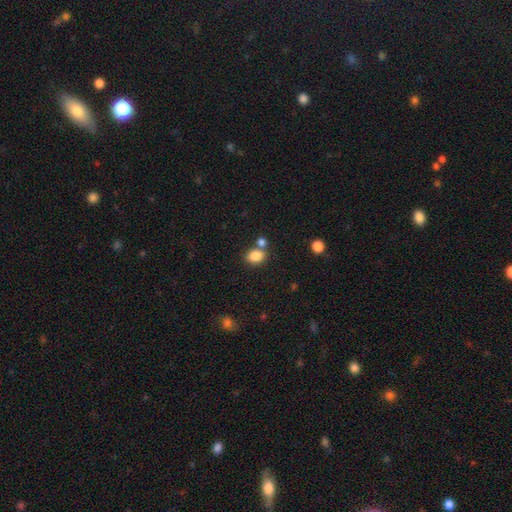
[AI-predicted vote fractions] Overall: smooth (84%). How rounded: in between (61%; round 38%). Merging: none (61%; merger 24%).